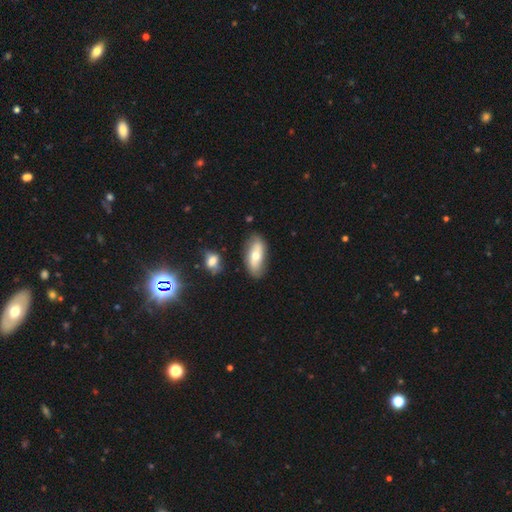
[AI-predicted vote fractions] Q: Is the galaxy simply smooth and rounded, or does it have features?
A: smooth — 58%.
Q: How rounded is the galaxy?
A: in between — 84%.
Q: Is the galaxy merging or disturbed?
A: none — 77%.